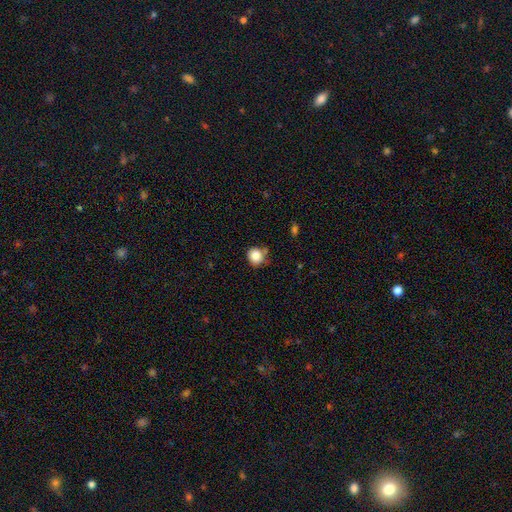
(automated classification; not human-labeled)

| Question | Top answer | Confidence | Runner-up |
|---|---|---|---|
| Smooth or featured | smooth | 85% | star or artifact (10%) |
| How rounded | round | 88% | in between (11%) |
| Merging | none | 69% | minor disturbance (19%) |